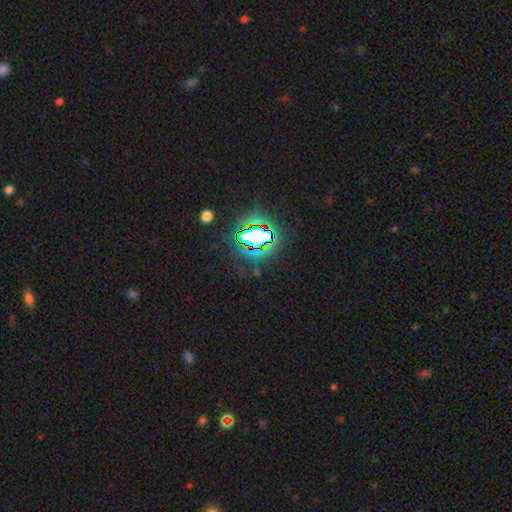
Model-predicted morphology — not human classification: Smooth or featured: star or artifact — 82% (smooth — 11%)